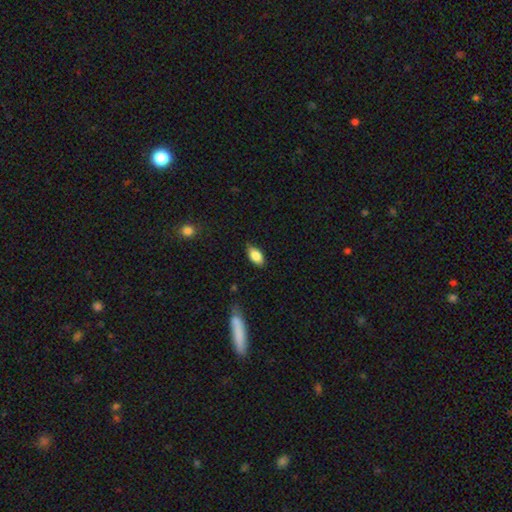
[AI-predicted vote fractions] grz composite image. It shows a smooth galaxy with no disk features (83%) that is in between round and cigar-shaped (91%). Merging: none (81%).